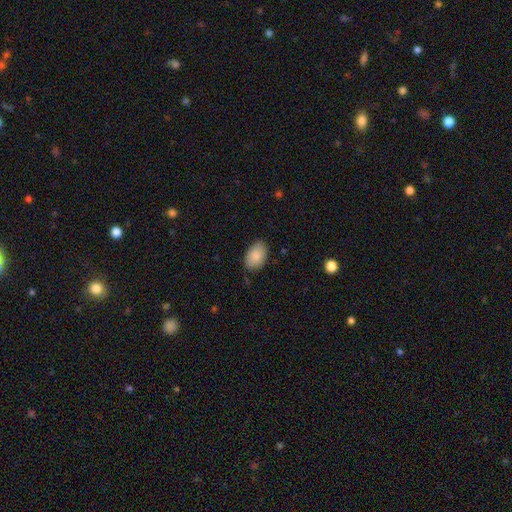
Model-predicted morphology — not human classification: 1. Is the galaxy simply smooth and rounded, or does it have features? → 86% smooth, 8% featured or disk, 7% star or artifact.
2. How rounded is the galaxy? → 89% in between, 10% round, 1% cigar-shaped.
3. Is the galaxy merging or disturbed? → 80% none, 17% minor disturbance, 3% major disturbance, 1% merger.